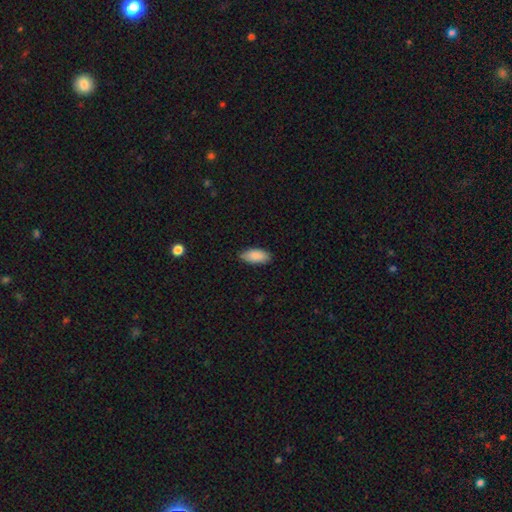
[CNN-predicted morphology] Smooth or featured?
  - smooth: 89% *
  - star or artifact: 6%
  - featured or disk: 5%
How rounded?
  - in between: 88% *
  - cigar-shaped: 11%
  - round: 2%
Merging?
  - none: 83% *
  - minor disturbance: 14%
  - major disturbance: 2%
  - merger: 1%